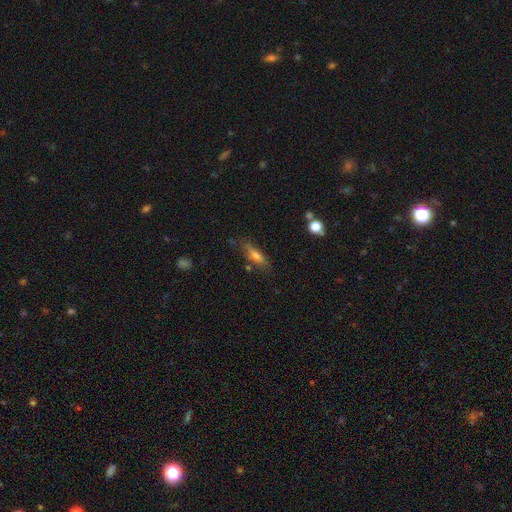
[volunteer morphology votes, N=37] smooth_or_featured: smooth (p=0.62) [alt: featured or disk p=0.32]
how_rounded: cigar-shaped (p=0.61) [alt: in between p=0.39]
merging: none (p=0.66) [alt: minor disturbance p=0.20]